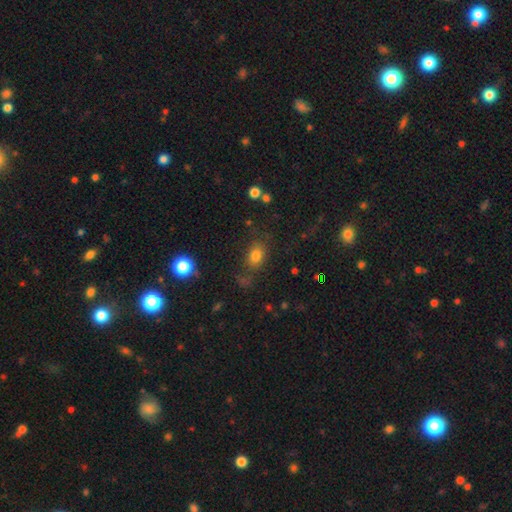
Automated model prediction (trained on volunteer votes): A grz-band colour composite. It shows a smooth galaxy with no disk features (77%) that is in between round and cigar-shaped (69%). Merging: none (69%).